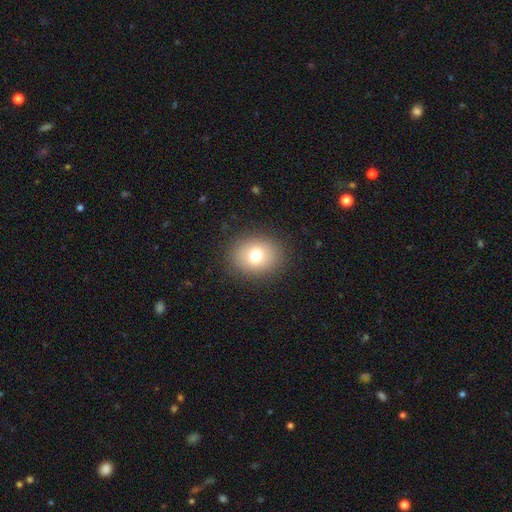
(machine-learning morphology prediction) type=smooth (74%); roundness=round (61%); merging=none (88%).